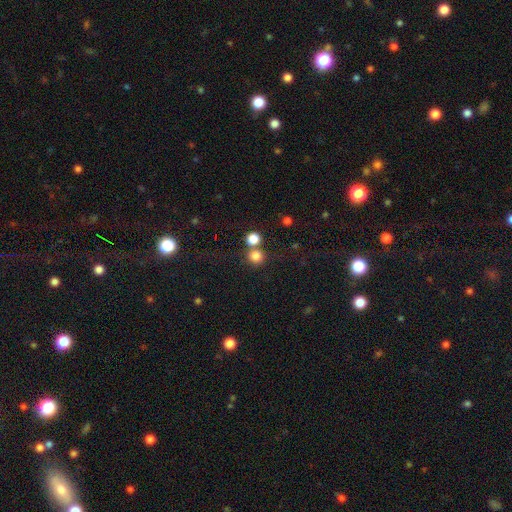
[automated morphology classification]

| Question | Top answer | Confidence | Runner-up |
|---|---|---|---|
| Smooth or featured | smooth | 81% | star or artifact (13%) |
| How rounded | round | 91% | in between (8%) |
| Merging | none | 64% | merger (26%) |